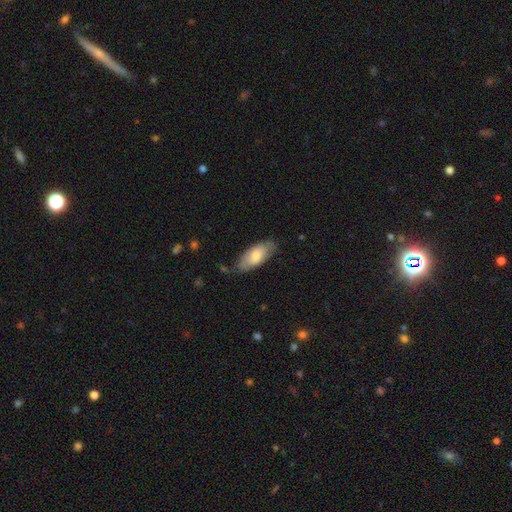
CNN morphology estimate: The model was most divided on "merging": none: 66%, minor disturbance: 26%, major disturbance: 6%, merger: 2%. More confident: how rounded — in between (87%); smooth or featured — smooth (74%).